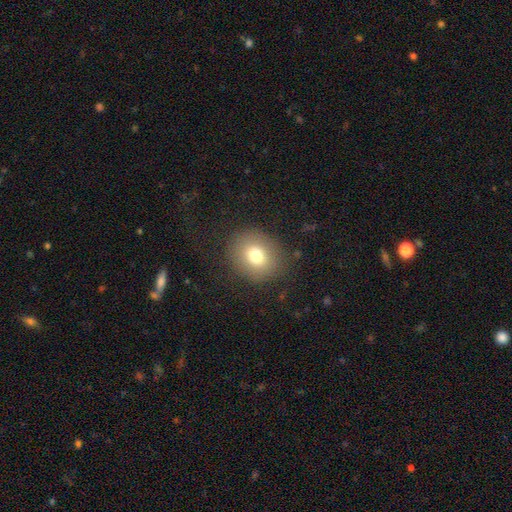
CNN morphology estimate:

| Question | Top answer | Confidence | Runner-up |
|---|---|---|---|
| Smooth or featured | smooth | 76% | featured or disk (12%) |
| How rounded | round | 75% | in between (24%) |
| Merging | none | 85% | minor disturbance (9%) |